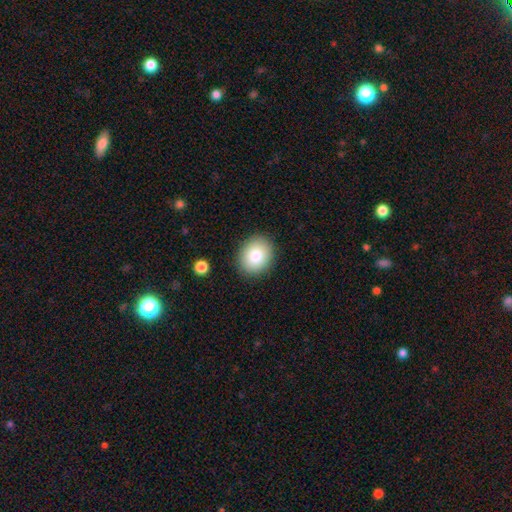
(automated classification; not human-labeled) smooth 82%, featured or disk 9%, star or artifact 9%. Down the decision tree: how rounded — round (56%); merging — none (88%).